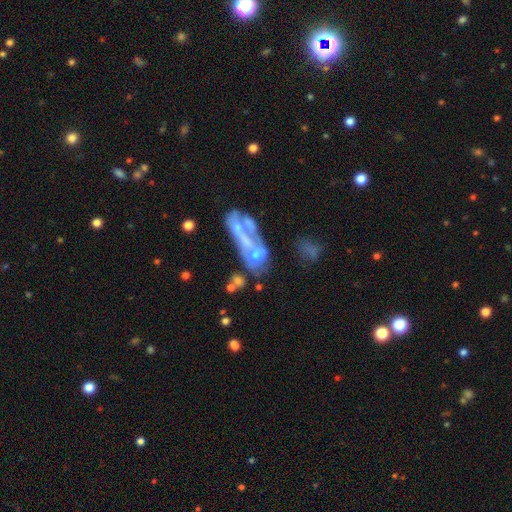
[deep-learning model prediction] A featured or disk galaxy (46%). Merging: merger (57%).